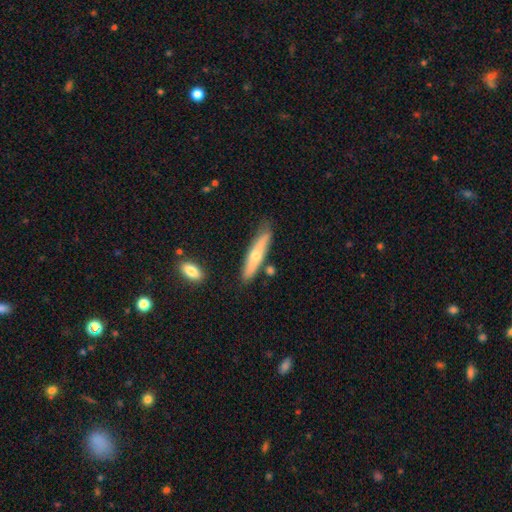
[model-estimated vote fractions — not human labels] smooth-or-featured: smooth: 50% | featured or disk: 44% | star or artifact: 6%
  merging: none: 76% | minor disturbance: 16% | merger: 5% | major disturbance: 3%